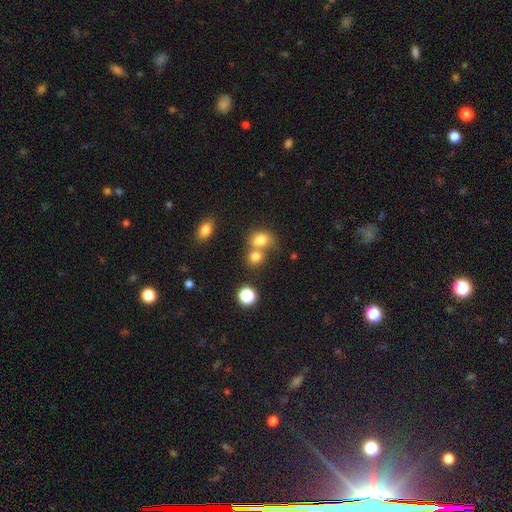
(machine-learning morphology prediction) Smooth or featured?
  - smooth: 75% *
  - star or artifact: 15%
  - featured or disk: 10%
How rounded?
  - round: 62% *
  - in between: 37%
  - cigar-shaped: 1%
Merging?
  - merger: 46% *
  - none: 41%
  - minor disturbance: 9%
  - major disturbance: 4%